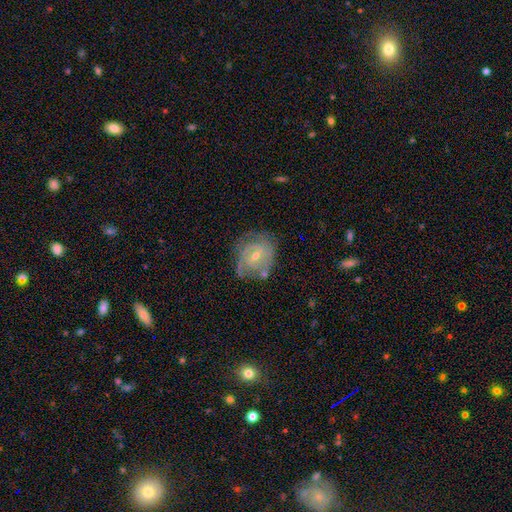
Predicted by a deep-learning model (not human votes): A featured or disk galaxy (78%) with no bar (48%), tight (64%) spiral arms (89%) and a small central bulge (52%). Merging: none (65%).